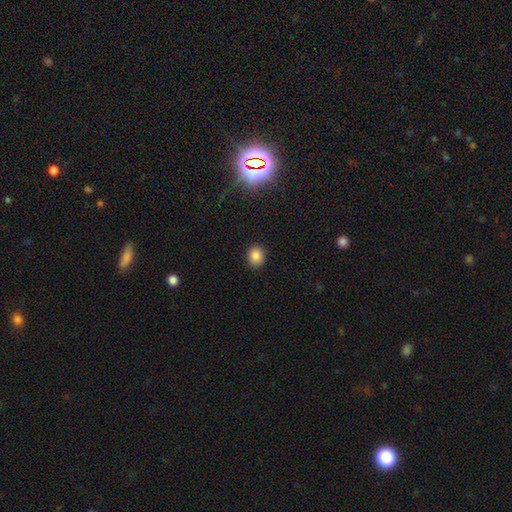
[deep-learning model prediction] The model was most divided on "how rounded": round: 68%, in between: 32%, cigar-shaped: 1%. More confident: merging — none (89%); smooth or featured — smooth (85%).